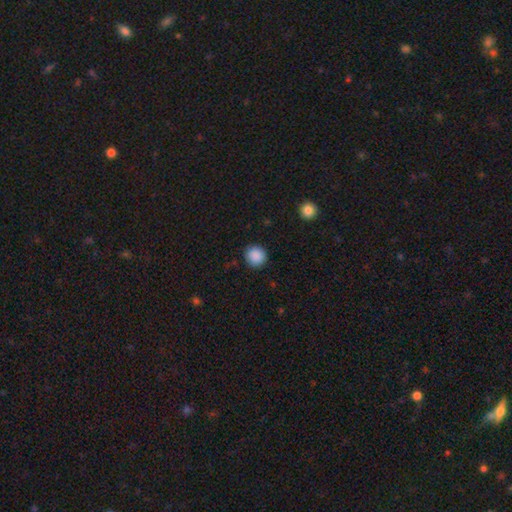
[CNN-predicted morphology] Smooth or featured? Predicted: smooth (p=0.89). How rounded? Predicted: round (p=0.93). Merging? Predicted: none (p=0.91).